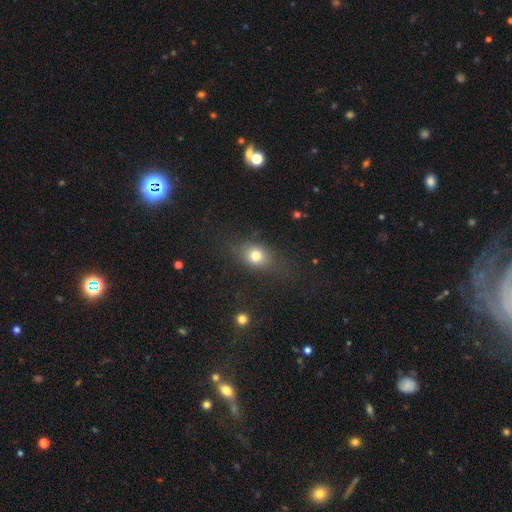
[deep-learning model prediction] Smooth or featured?
  - smooth: 76% *
  - star or artifact: 12%
  - featured or disk: 11%
How rounded?
  - in between: 61% *
  - round: 36%
  - cigar-shaped: 3%
Merging?
  - none: 73% *
  - minor disturbance: 17%
  - major disturbance: 8%
  - merger: 2%